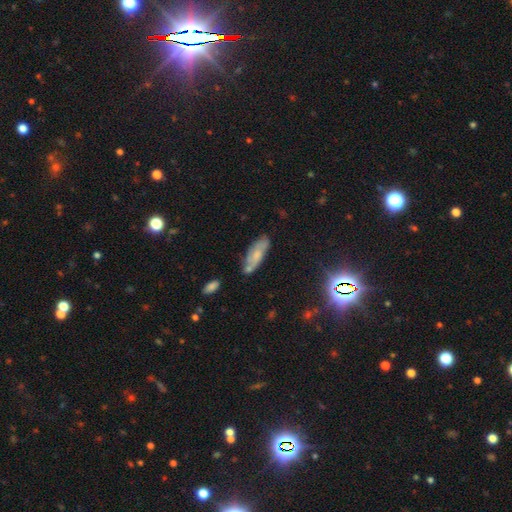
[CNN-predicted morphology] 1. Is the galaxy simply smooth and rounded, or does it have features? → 52% smooth, 37% featured or disk, 11% star or artifact.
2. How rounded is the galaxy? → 63% in between, 34% cigar-shaped, 3% round.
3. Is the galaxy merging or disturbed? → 68% none, 20% minor disturbance, 7% merger, 5% major disturbance.